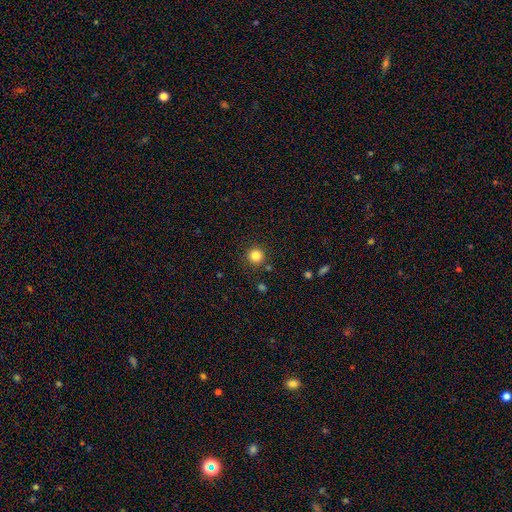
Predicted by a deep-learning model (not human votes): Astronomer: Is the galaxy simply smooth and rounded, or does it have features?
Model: smooth — 83%.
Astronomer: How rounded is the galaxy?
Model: round — 95%.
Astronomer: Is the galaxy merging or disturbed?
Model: none — 90%.